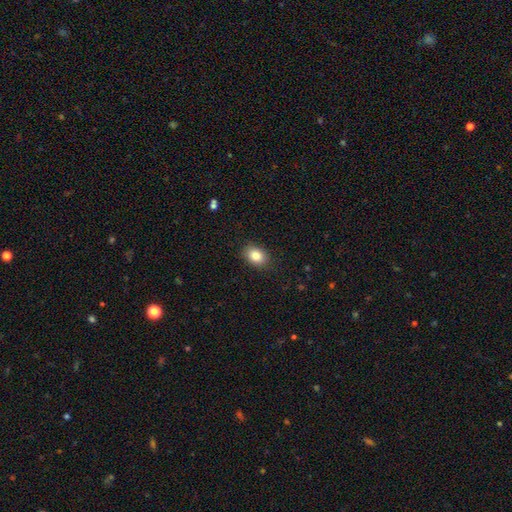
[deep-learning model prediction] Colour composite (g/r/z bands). It shows a smooth galaxy with no disk features (85%) that is in between round and cigar-shaped (73%). Merging: none (86%).